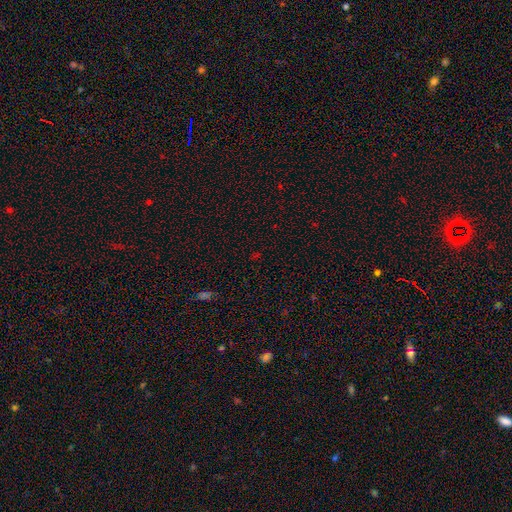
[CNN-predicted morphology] smooth-or-featured: star or artifact: 65% | smooth: 28% | featured or disk: 8%